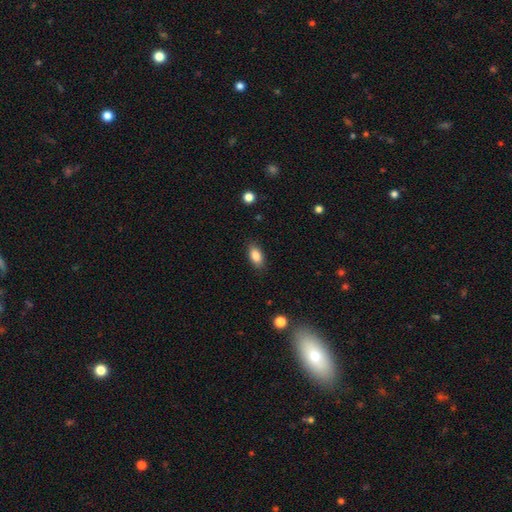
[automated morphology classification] The model was most divided on "merging": none: 87%, minor disturbance: 10%, major disturbance: 2%, merger: 1%. More confident: how rounded — in between (89%); smooth or featured — smooth (86%).